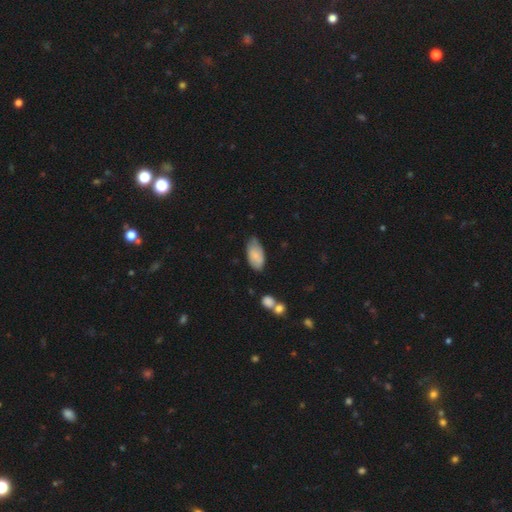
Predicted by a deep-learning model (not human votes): A smooth galaxy with no disk features (80%) that is in between round and cigar-shaped (94%). Merging: none (63%).